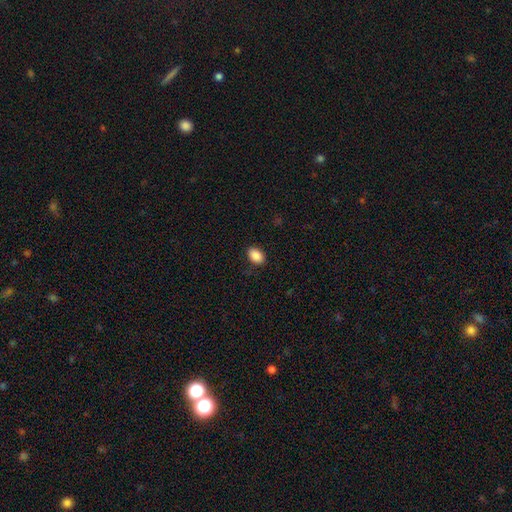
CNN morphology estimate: This appears to be a smooth galaxy with no disk features (89%) that is in between round and cigar-shaped (86%). Merging: none (87%).